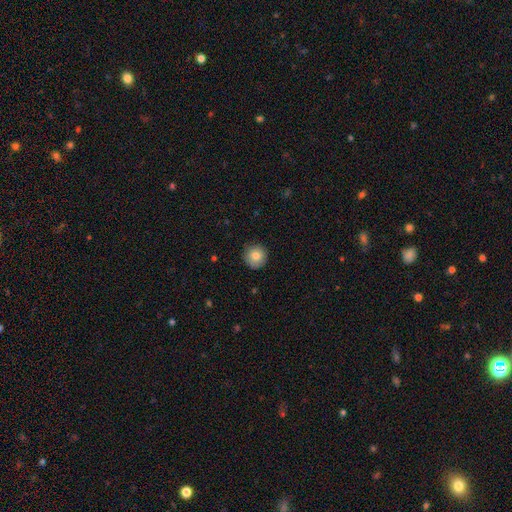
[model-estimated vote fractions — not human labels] Smooth or featured?
  - smooth: 82% *
  - featured or disk: 10%
  - star or artifact: 9%
How rounded?
  - round: 95% *
  - in between: 4%
  - cigar-shaped: 1%
Merging?
  - none: 87% *
  - minor disturbance: 10%
  - major disturbance: 2%
  - merger: 1%